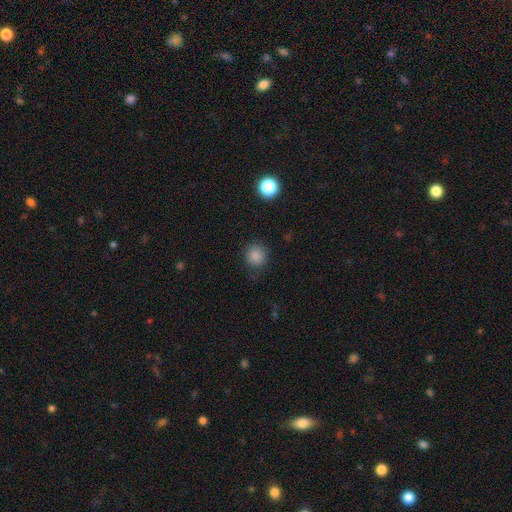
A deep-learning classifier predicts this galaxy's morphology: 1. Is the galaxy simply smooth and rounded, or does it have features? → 85% smooth, 11% star or artifact, 4% featured or disk.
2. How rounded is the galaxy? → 87% round, 13% in between, 1% cigar-shaped.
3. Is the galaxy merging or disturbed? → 80% none, 14% minor disturbance, 4% major disturbance, 1% merger.